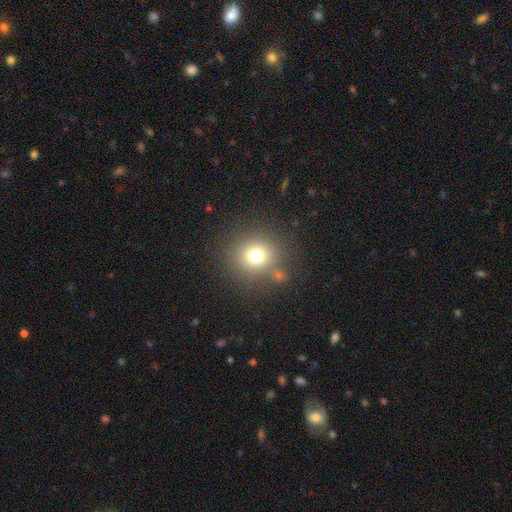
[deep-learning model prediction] This is likely a smooth galaxy (74%). How rounded: clearly round (89%). Merging: likely none (76%).